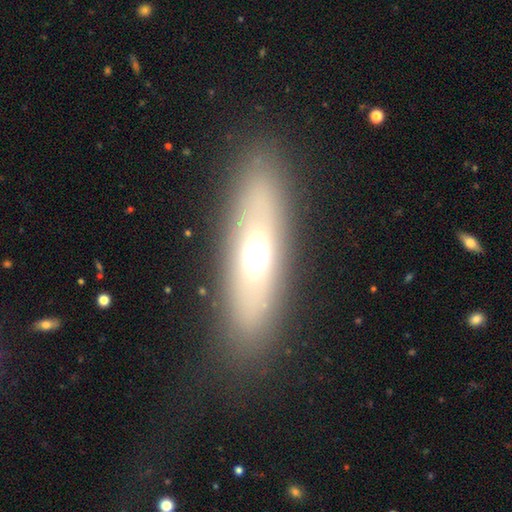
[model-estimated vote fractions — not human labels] Morphology: type=smooth (51%); roundness=in between (49%); merging=none (85%).